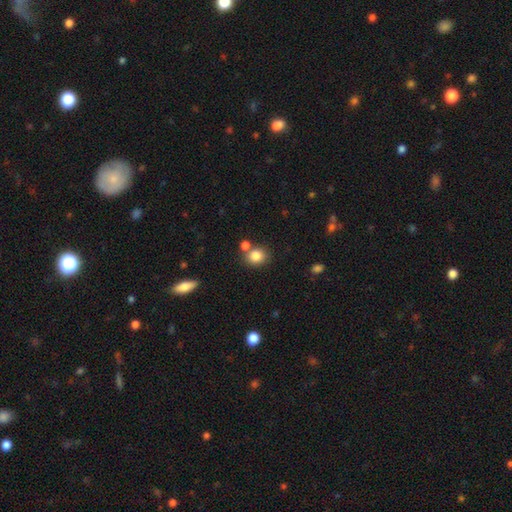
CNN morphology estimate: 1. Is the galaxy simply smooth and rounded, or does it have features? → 83% smooth, 10% star or artifact, 7% featured or disk.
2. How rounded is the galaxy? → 71% round, 28% in between, 1% cigar-shaped.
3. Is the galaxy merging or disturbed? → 66% none, 21% merger, 10% minor disturbance, 3% major disturbance.